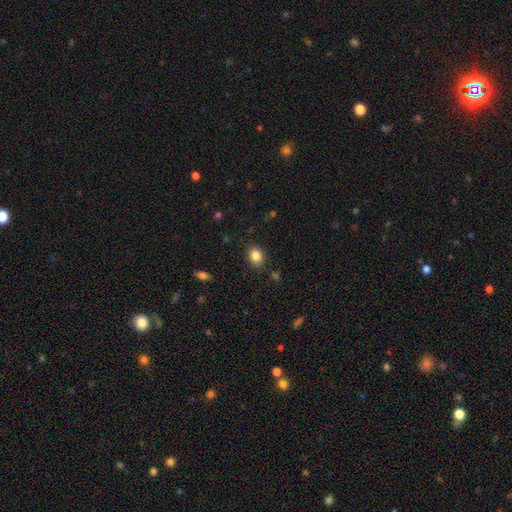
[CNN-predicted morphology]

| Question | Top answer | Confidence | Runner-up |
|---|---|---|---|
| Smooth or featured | smooth | 85% | star or artifact (10%) |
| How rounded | in between | 56% | round (43%) |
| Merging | none | 86% | minor disturbance (10%) |